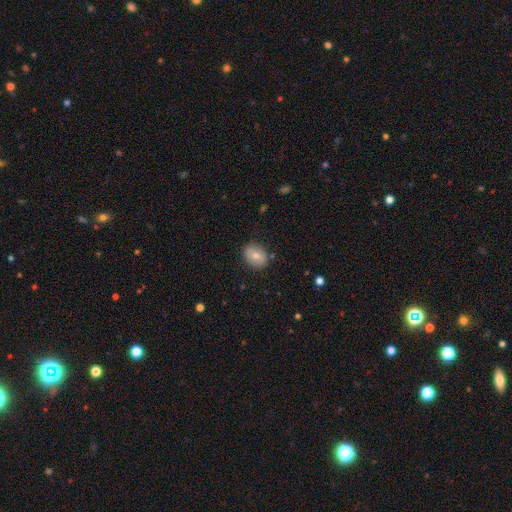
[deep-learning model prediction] Morphology: type=smooth (73%); roundness=in between (58%); merging=none (84%).